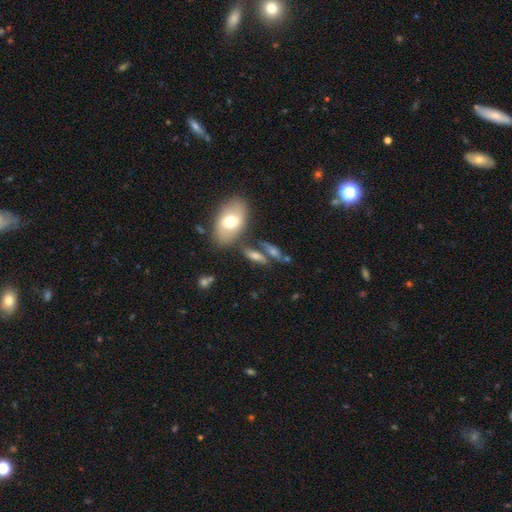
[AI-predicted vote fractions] Morphology: type=smooth (54%); roundness=in between (59%); merging=none (62%).